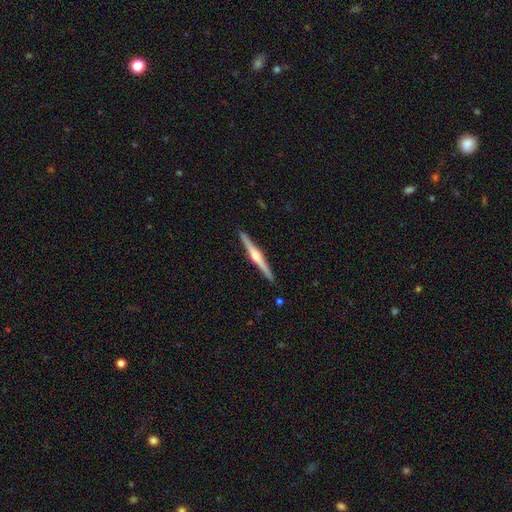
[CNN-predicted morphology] A featured or disk galaxy (77%) viewed edge-on (99%) with a rounded central bulge (87%). Merging: none (92%).